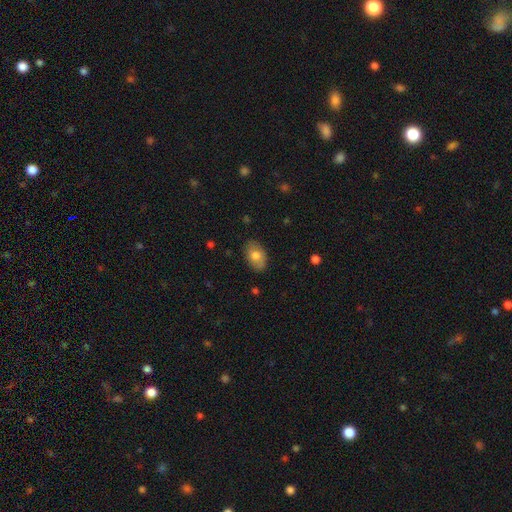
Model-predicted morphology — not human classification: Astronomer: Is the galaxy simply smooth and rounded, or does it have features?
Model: smooth — 75%.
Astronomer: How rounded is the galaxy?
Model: in between — 88%.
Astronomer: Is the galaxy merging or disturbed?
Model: none — 83%.